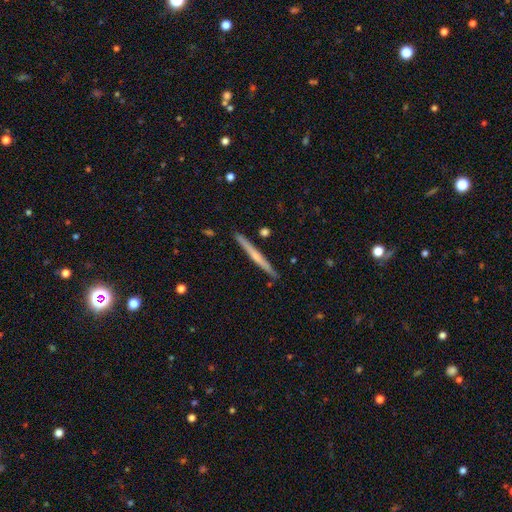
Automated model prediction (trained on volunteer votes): Smooth or featured? Predicted: featured or disk (p=0.53). Edge-on disk? Predicted: yes (p=0.98). Edge-on bulge? Predicted: none (p=0.60). Merging? Predicted: none (p=0.90).